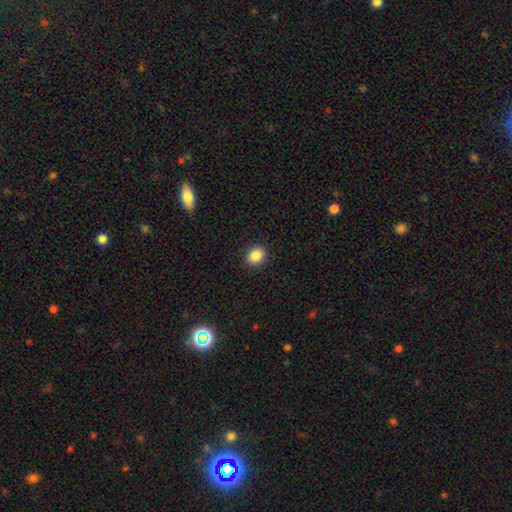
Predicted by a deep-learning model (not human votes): A smooth galaxy with no disk features (87%) that is round (72%).

Vote fractions:
- Smooth or featured? smooth: 87% / star or artifact: 9% / featured or disk: 4%
- How rounded? round: 72% / in between: 27% / cigar-shaped: 1%
- Merging? none: 91% / minor disturbance: 6% / major disturbance: 2% / merger: 1%